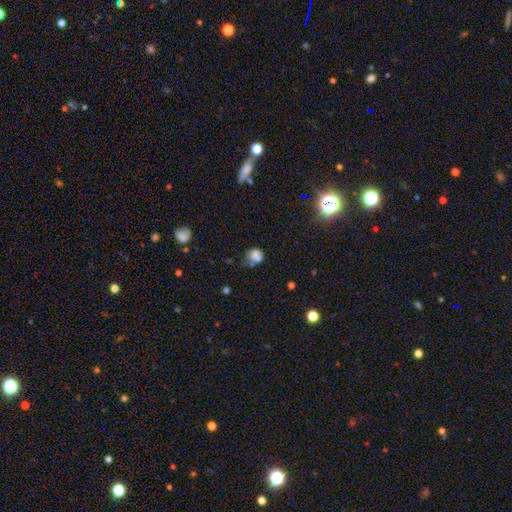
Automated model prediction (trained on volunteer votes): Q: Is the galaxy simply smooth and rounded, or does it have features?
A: smooth — 73%.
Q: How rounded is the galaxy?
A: round — 70%.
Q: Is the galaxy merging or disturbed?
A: none — 39%.